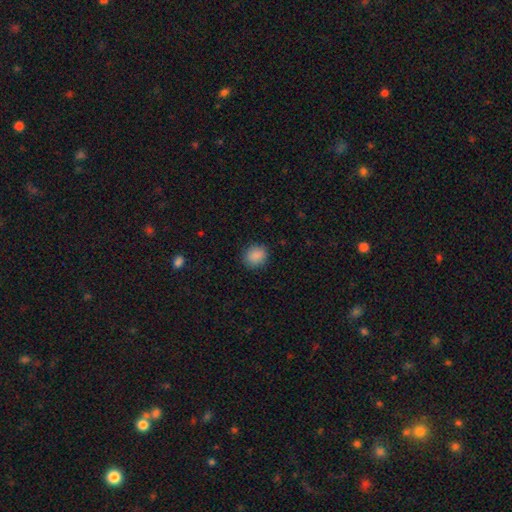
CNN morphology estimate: A smooth galaxy with no disk features (88%) that is round (74%). Merging: none (87%).